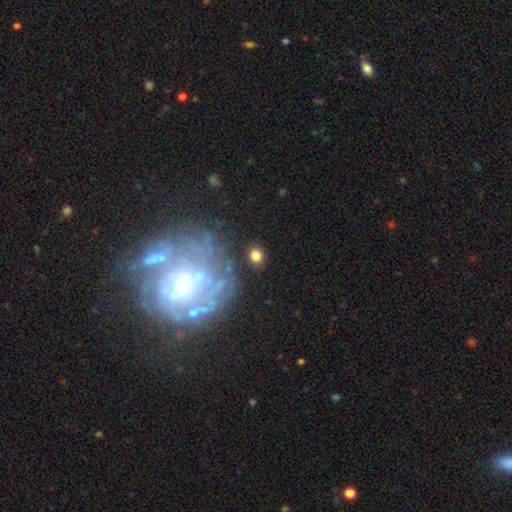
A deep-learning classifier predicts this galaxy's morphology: smooth_or_featured: smooth (p=0.78) [alt: featured or disk p=0.12]
how_rounded: round (p=0.64) [alt: in between p=0.35]
merging: none (p=0.84) [alt: minor disturbance p=0.08]